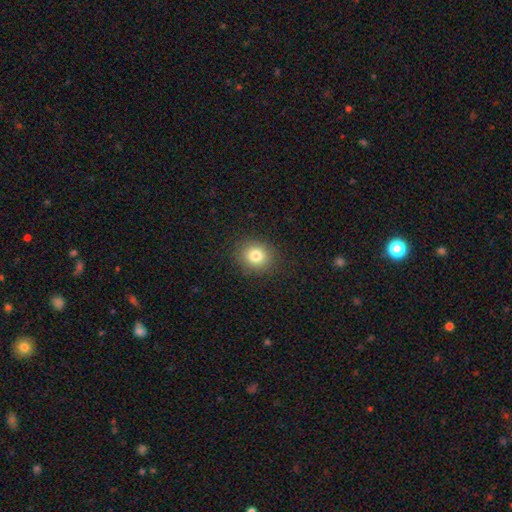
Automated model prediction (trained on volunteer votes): A smooth galaxy with no disk features (81%) that is round (77%).

Vote fractions:
- Smooth or featured? smooth: 81% / star or artifact: 11% / featured or disk: 8%
- How rounded? round: 77% / in between: 22% / cigar-shaped: 1%
- Merging? none: 89% / minor disturbance: 8% / major disturbance: 3% / merger: 1%